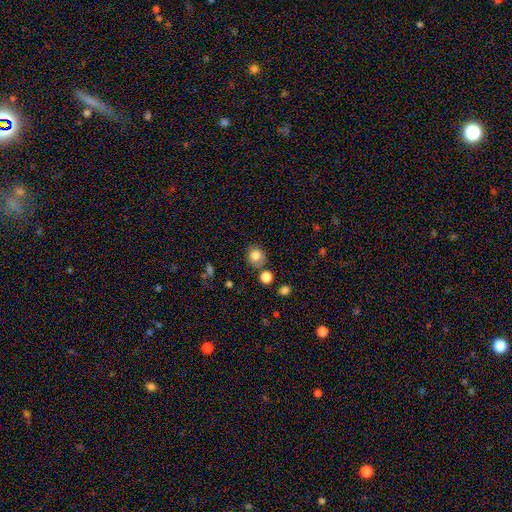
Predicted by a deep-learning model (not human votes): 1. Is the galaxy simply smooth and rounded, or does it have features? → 82% smooth, 11% star or artifact, 7% featured or disk.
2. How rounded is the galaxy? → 84% round, 15% in between, 1% cigar-shaped.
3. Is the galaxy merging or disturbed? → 78% none, 11% minor disturbance, 7% merger, 3% major disturbance.